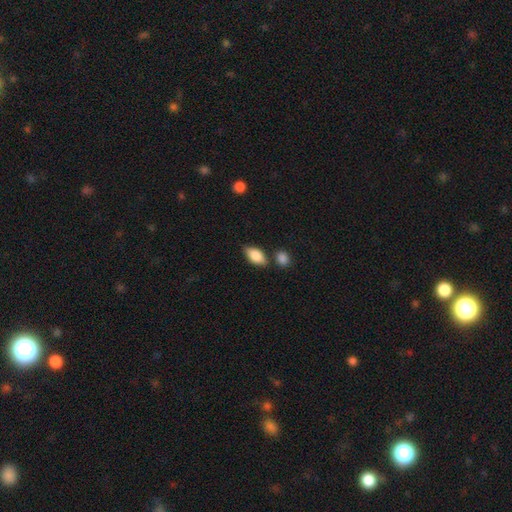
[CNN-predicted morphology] smooth-or-featured: smooth: 84% | featured or disk: 10% | star or artifact: 7%
  how-rounded: in between: 89% | cigar-shaped: 7% | round: 4%
  merging: none: 72% | minor disturbance: 14% | merger: 11% | major disturbance: 3%